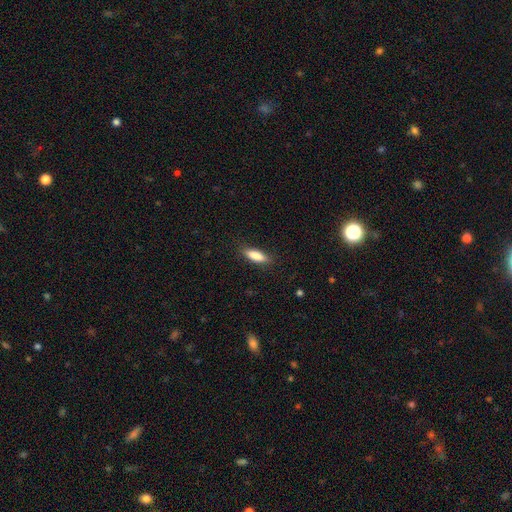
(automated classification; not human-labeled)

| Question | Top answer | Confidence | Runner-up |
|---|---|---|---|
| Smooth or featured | smooth | 84% | featured or disk (9%) |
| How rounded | in between | 53% | cigar-shaped (45%) |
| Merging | none | 84% | minor disturbance (12%) |